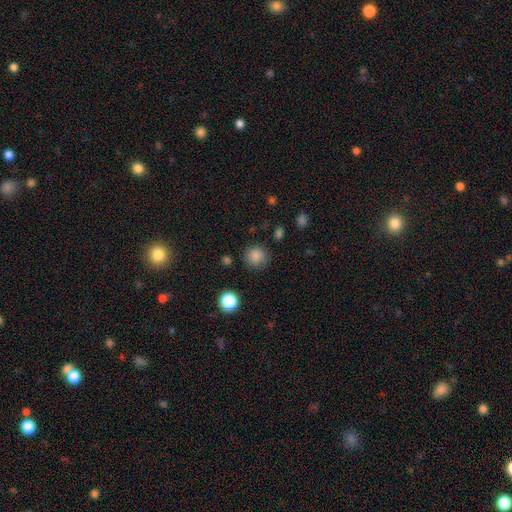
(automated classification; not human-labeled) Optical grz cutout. It shows a smooth galaxy with no disk features (84%) that is round (91%). Merging: none (82%).